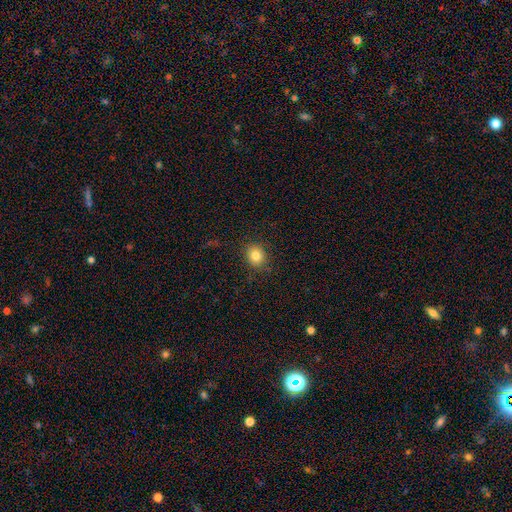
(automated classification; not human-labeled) Smooth or featured? smooth (82%)
How rounded? round (73%)
Merging? none (88%)